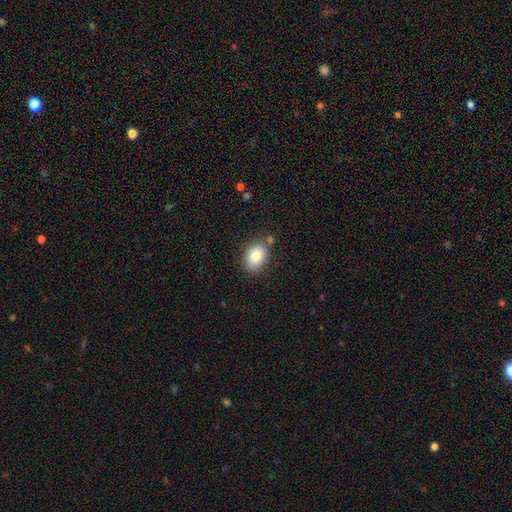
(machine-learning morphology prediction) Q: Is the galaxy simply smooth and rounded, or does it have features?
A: smooth — 83%.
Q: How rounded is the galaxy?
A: in between — 71%.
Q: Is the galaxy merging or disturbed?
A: none — 76%.